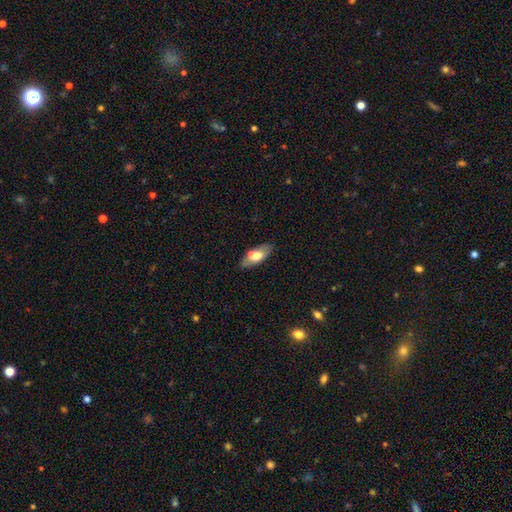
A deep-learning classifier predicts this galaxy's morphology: Q: Smooth or featured?
A: smooth (66%); runner-up: featured or disk (28%)
Q: How rounded?
A: in between (84%); runner-up: cigar-shaped (13%)
Q: Merging?
A: none (74%); runner-up: minor disturbance (17%)